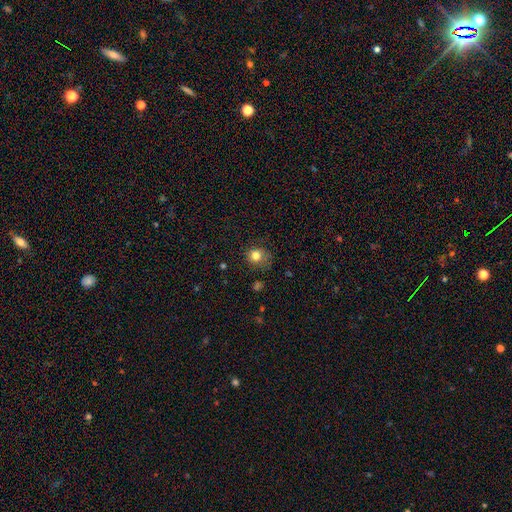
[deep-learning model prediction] Smooth or featured? smooth (79%)
How rounded? round (82%)
Merging? none (72%)